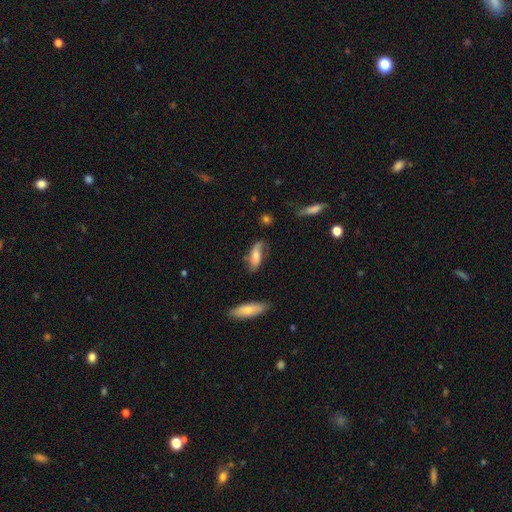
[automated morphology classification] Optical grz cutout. It shows a smooth galaxy with no disk features (59%) that is in between round and cigar-shaped (74%). Merging: none (53%).